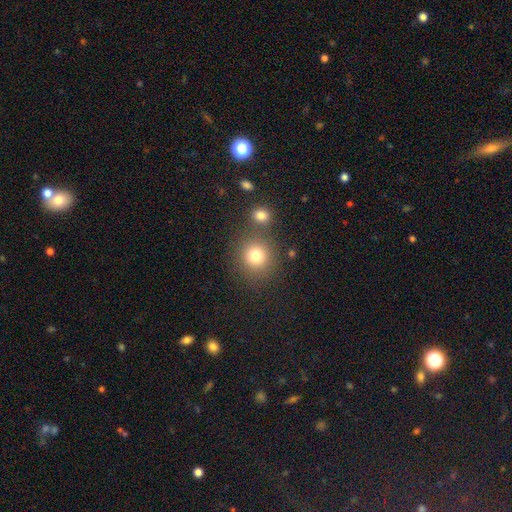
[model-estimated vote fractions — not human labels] Overall: smooth (79%). How rounded: round (89%). Merging: none (73%).